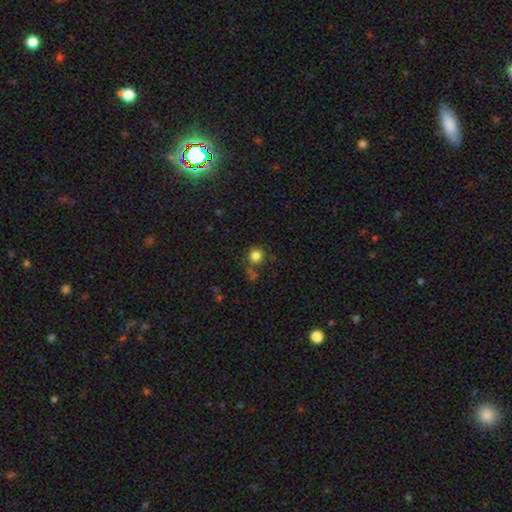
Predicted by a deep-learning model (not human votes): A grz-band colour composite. It shows a smooth galaxy with no disk features (82%) that is round (92%). Merging: none (71%).